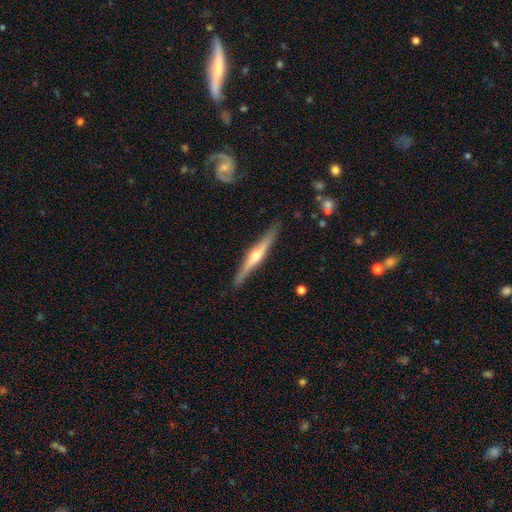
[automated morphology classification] type=featured or disk (75%); edge-on=yes (97%); edge-on bulge=rounded (91%); merging=none (89%).